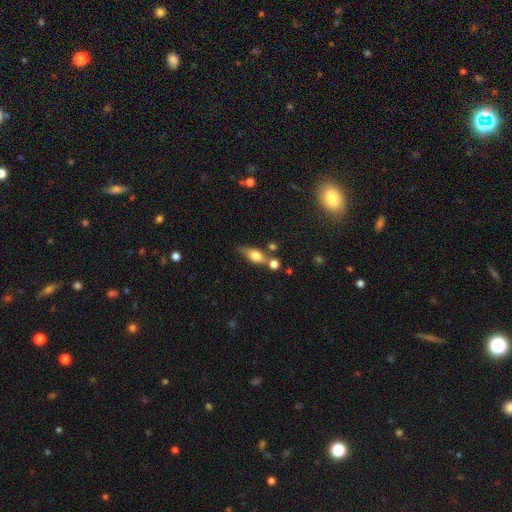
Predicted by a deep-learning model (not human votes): This appears to be a smooth galaxy with no disk features (65%) that is in between round and cigar-shaped (71%). Merging: none (49%).